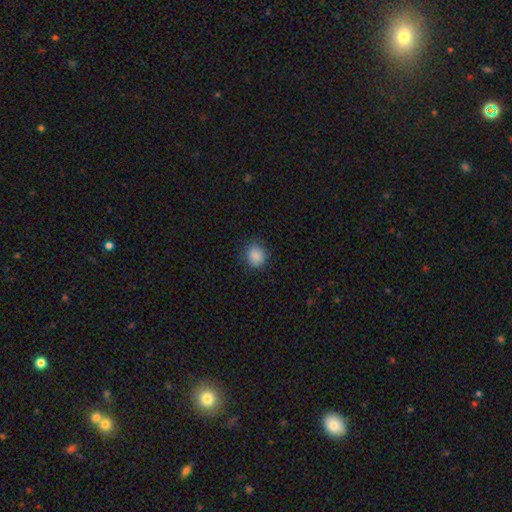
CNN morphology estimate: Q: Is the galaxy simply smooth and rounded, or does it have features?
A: smooth — 87%.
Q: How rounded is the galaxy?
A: round — 82%.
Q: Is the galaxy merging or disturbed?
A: none — 84%.